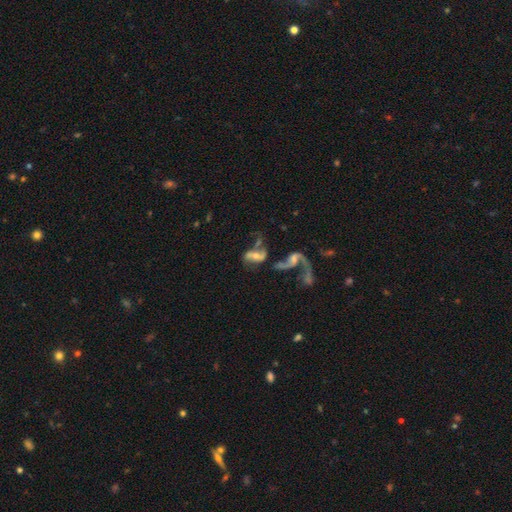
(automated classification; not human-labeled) Smooth or featured? featured or disk (67%)
Edge-on disk? no (95%)
Bar? no (49%)
Spiral arms? yes (72%)
Bulge size? moderate (51%)
Merging? merger (47%)